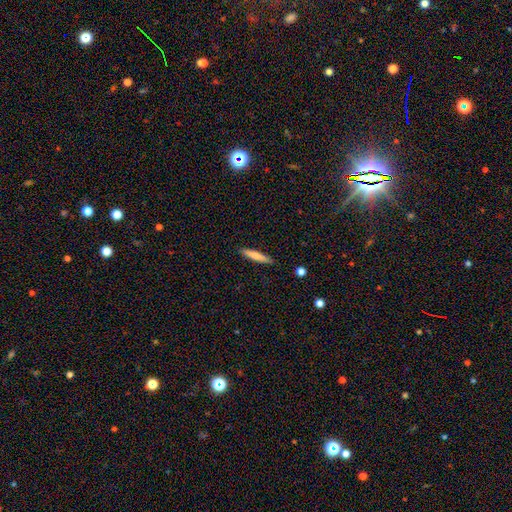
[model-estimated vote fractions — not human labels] Smooth or featured? Predicted: smooth (p=0.73). How rounded? Predicted: cigar-shaped (p=0.91). Merging? Predicted: none (p=0.90).